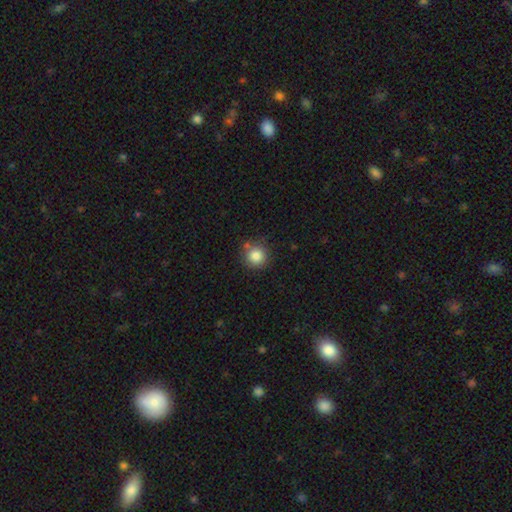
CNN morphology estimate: Smooth or featured? Predicted: smooth (p=0.84). How rounded? Predicted: round (p=0.94). Merging? Predicted: none (p=0.79).